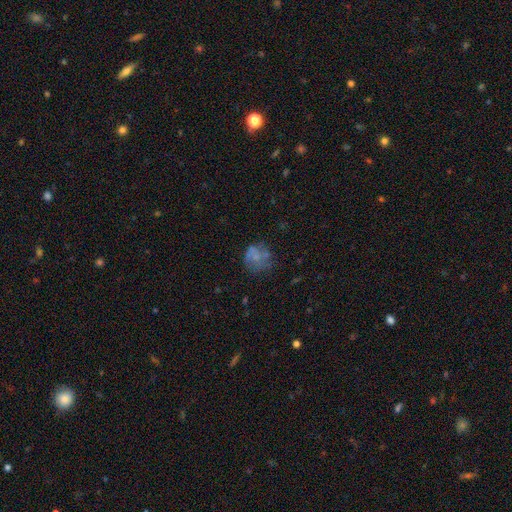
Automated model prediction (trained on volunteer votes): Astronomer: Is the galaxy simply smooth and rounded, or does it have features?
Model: smooth — 56% (runner-up: featured or disk, 32%).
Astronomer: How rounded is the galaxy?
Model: round — 74%.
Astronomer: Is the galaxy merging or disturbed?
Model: none — 52%.